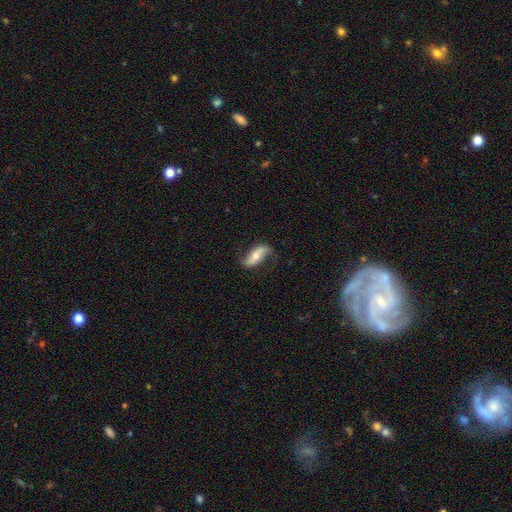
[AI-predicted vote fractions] The model was most divided on "bar": no: 40%, strong: 33%, weak: 27%. More confident: spiral arm count — 2 (89%); spiral arms — yes (89%); edge-on disk — no (88%); spiral winding — loose (77%); merging — none (71%); smooth or featured — featured or disk (66%); bulge size — moderate (56%).